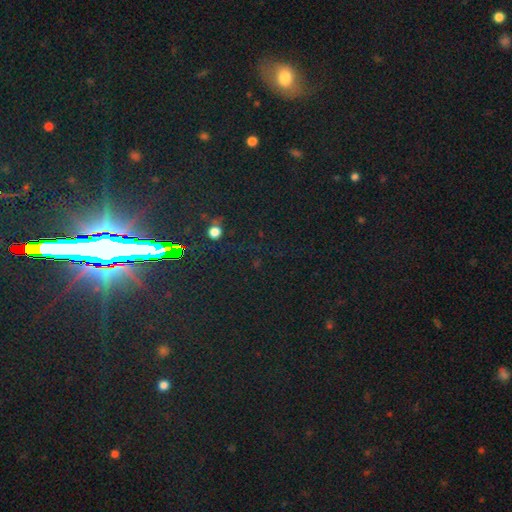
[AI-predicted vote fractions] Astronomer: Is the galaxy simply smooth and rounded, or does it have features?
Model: star or artifact — 79%.